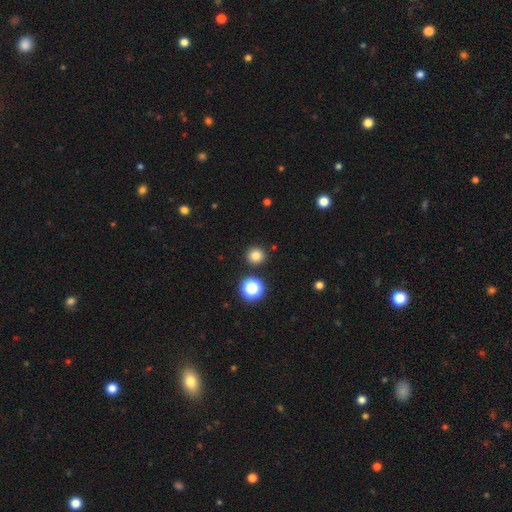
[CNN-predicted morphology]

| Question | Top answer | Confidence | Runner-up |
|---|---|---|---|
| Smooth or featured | smooth | 80% | star or artifact (15%) |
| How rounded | round | 93% | in between (6%) |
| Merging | none | 89% | minor disturbance (5%) |